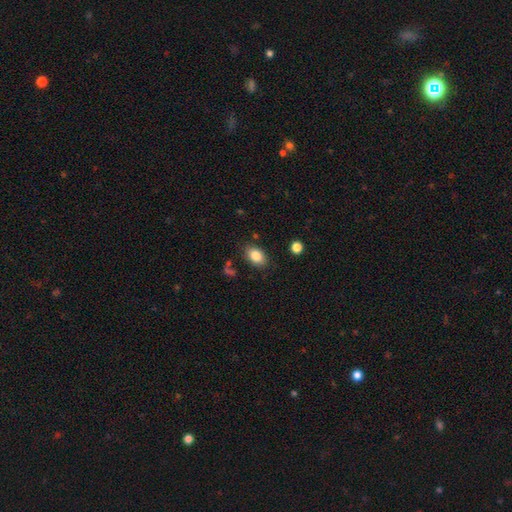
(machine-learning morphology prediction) The model was most divided on "merging": none: 82%, minor disturbance: 12%, major disturbance: 3%, merger: 3%. More confident: how rounded — in between (86%); smooth or featured — smooth (84%).